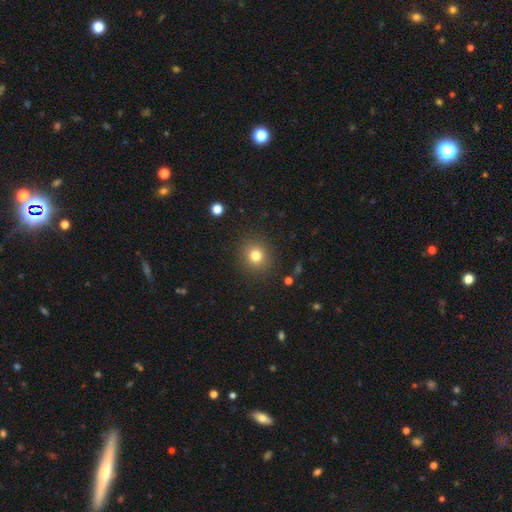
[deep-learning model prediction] Smooth or featured?
  - smooth: 79% *
  - star or artifact: 14%
  - featured or disk: 8%
How rounded?
  - round: 88% *
  - in between: 11%
  - cigar-shaped: 1%
Merging?
  - none: 89% *
  - minor disturbance: 6%
  - major disturbance: 3%
  - merger: 1%